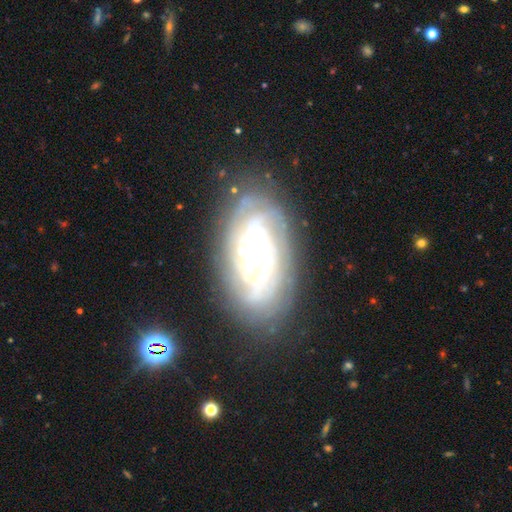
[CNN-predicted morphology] The model was most divided on "bulge size": large: 38%, moderate: 36%, small: 15%, dominant: 6%, none: 5%. Remaining: edge-on disk — no (92%); spiral arms — yes (91%); smooth or featured — featured or disk (78%); spiral winding — tight (76%); merging — none (75%); bar — no (66%); spiral arm count — can't tell (43%).